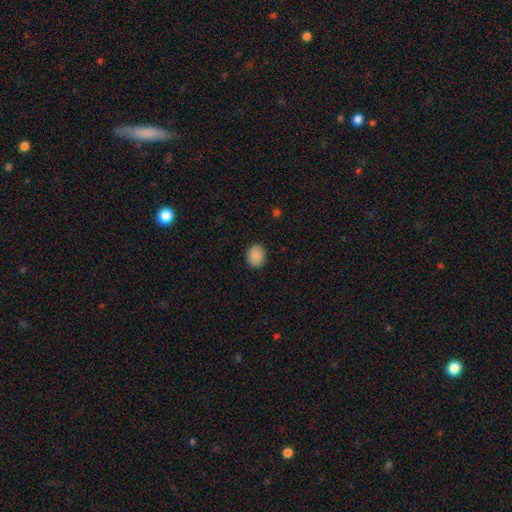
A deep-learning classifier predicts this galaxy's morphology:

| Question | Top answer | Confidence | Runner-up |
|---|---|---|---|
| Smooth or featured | smooth | 89% | star or artifact (8%) |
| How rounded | round | 56% | in between (43%) |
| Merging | none | 88% | minor disturbance (9%) |